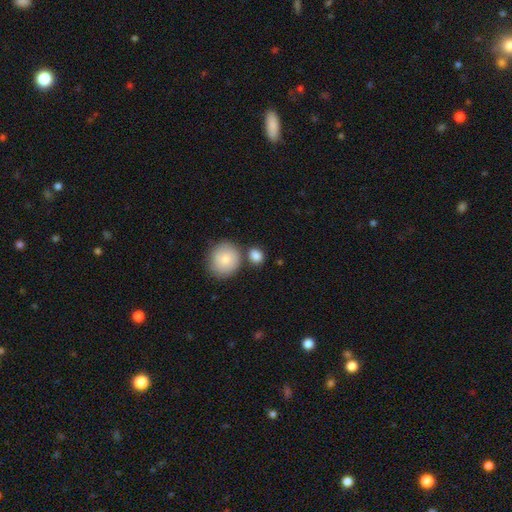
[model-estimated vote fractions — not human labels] Smooth or featured? Predicted: smooth (p=0.85). How rounded? Predicted: round (p=0.65). Merging? Predicted: none (p=0.67).